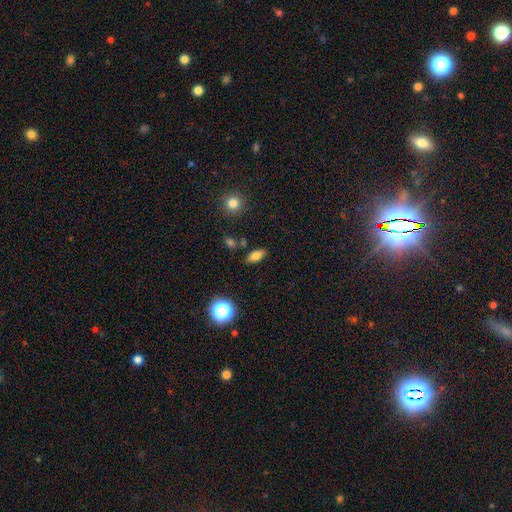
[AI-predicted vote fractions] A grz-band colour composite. It shows a smooth galaxy with no disk features (77%) that is in between round and cigar-shaped (81%). Merging: none (83%).